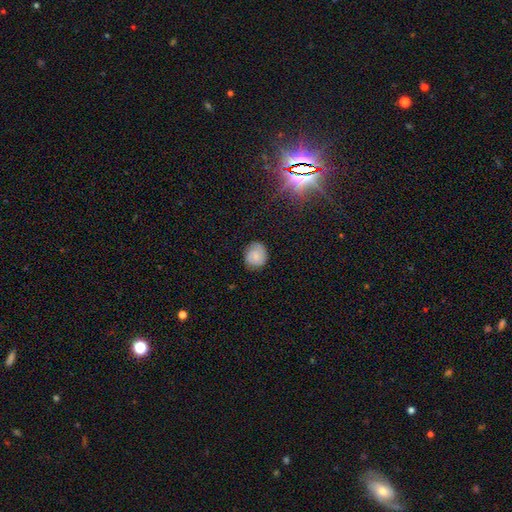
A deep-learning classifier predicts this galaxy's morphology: Smooth or featured? Predicted: smooth (p=0.73). How rounded? Predicted: round (p=0.76). Merging? Predicted: none (p=0.78).